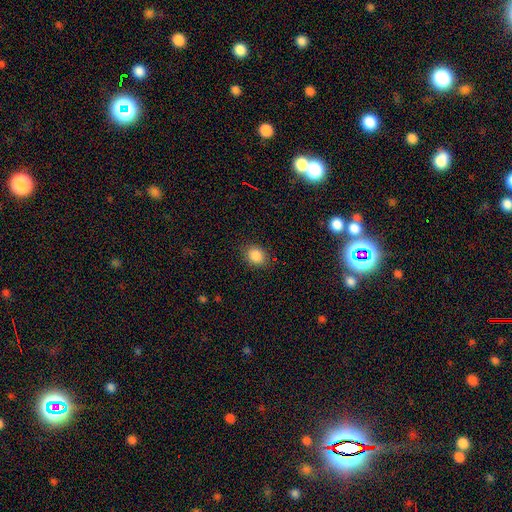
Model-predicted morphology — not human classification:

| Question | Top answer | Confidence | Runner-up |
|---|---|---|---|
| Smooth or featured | smooth | 87% | star or artifact (9%) |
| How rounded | round | 54% | in between (45%) |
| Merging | none | 86% | minor disturbance (10%) |